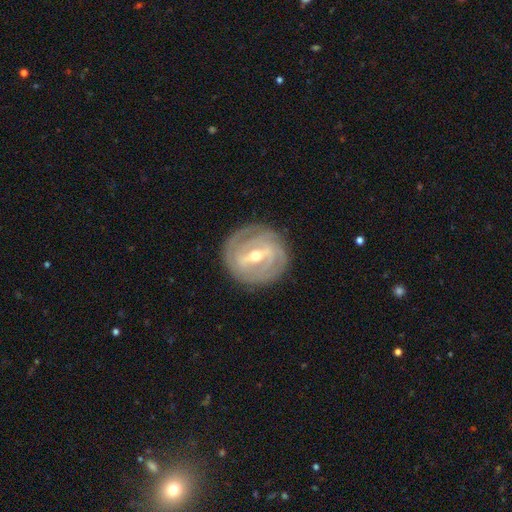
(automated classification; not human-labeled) featured or disk 87%, smooth 8%, star or artifact 5%. Down the decision tree: edge-on disk — no (94%); bar — strong (61%); spiral arms — yes (90%); spiral arm count — 2 (34%); spiral winding — tight (77%); bulge size — moderate (57%); merging — none (85%).